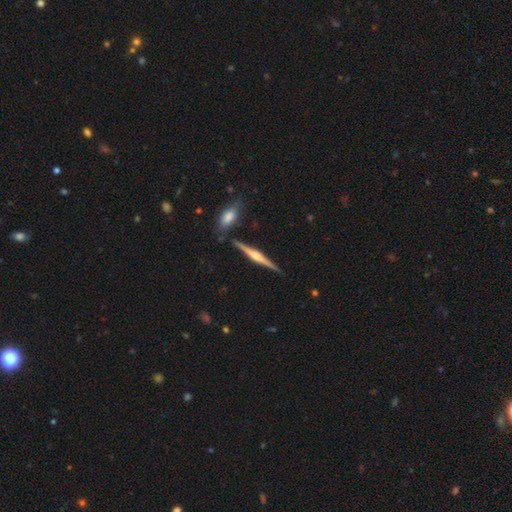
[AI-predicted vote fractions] This is likely a featured or disk galaxy (78%). It is clearly viewed edge-on (98%). Edge-on bulge: clearly rounded (87%). Merging: clearly none (86%).